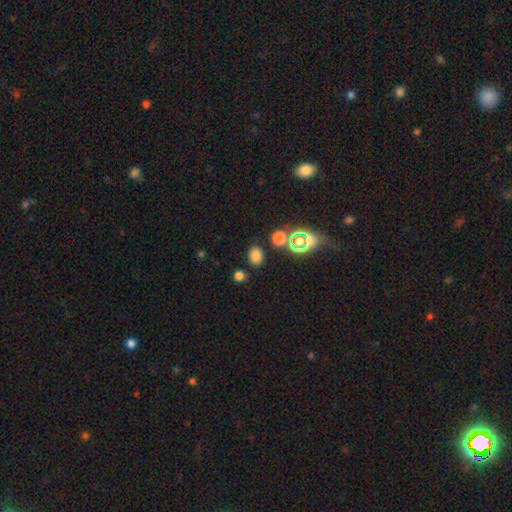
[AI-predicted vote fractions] Smooth or featured? Predicted: smooth (p=0.74). How rounded? Predicted: in between (p=0.61). Merging? Predicted: none (p=0.83).